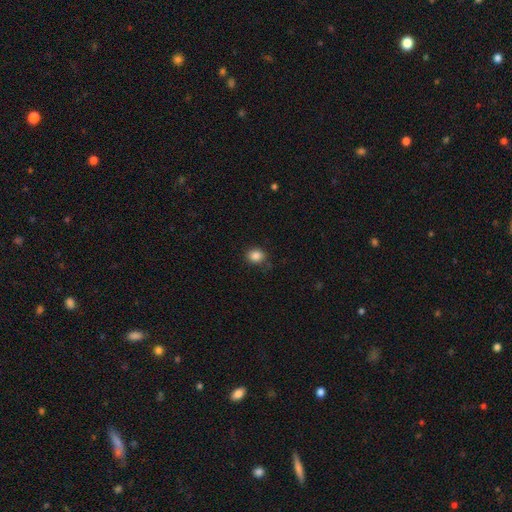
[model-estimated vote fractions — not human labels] This appears to be a smooth galaxy with no disk features (86%) that is round (71%). Merging: none (81%).